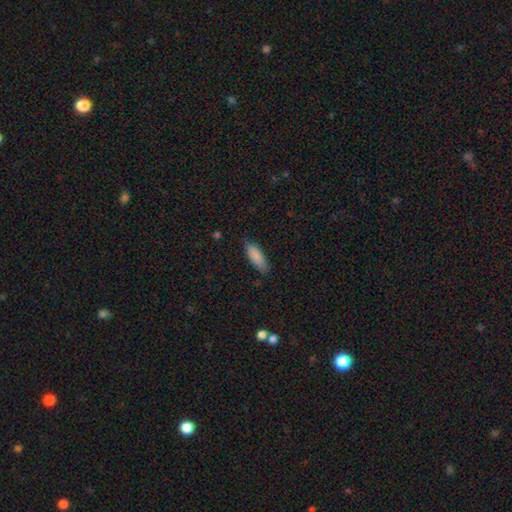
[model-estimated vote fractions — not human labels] Smooth or featured: smooth — 86% (featured or disk — 7%)
How rounded: in between — 61% (cigar-shaped — 38%)
Merging: none — 81% (minor disturbance — 15%)